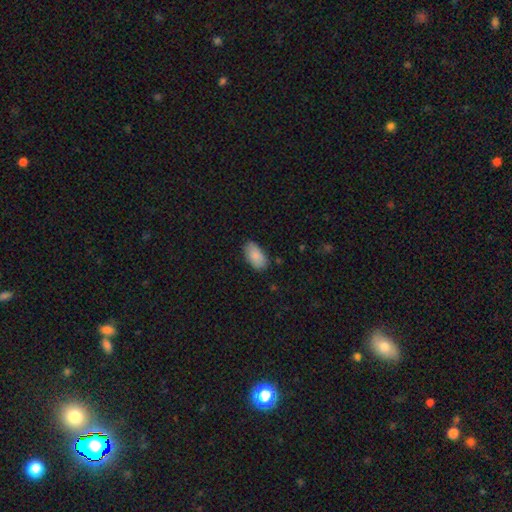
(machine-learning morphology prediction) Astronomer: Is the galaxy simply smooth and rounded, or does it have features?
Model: smooth — 87%.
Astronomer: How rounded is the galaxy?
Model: in between — 95%.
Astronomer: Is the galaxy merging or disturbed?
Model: none — 81%.